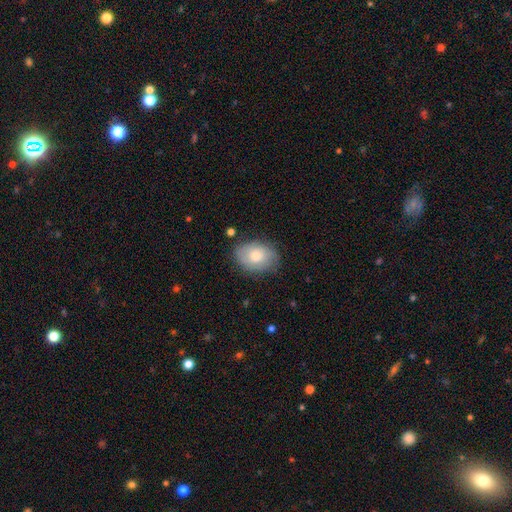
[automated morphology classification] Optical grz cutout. It shows a smooth galaxy with no disk features (65%) that is in between round and cigar-shaped (76%). Merging: none (74%).